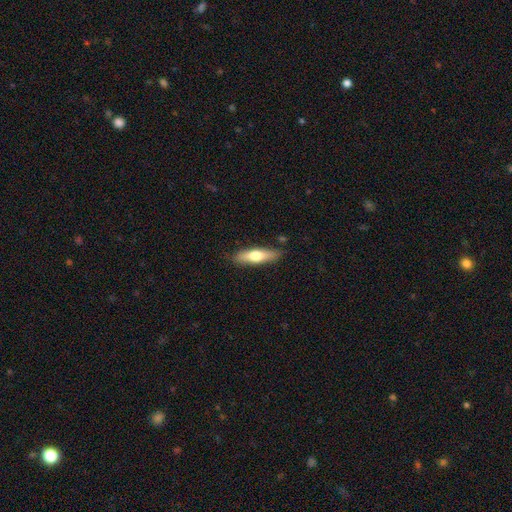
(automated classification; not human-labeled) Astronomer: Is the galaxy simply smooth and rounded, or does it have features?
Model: smooth — 59% (runner-up: featured or disk, 35%).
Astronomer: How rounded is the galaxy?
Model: cigar-shaped — 65%.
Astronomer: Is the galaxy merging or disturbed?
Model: none — 85%.